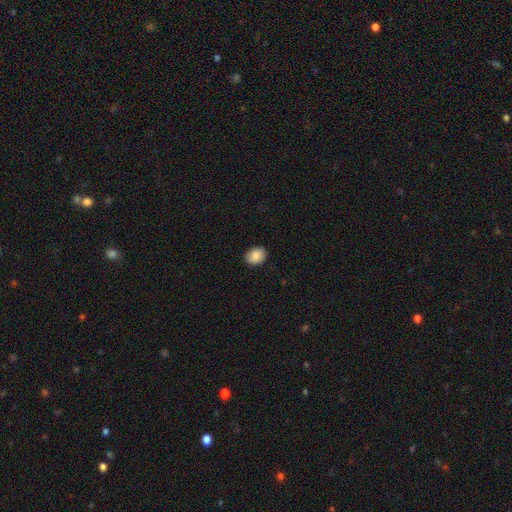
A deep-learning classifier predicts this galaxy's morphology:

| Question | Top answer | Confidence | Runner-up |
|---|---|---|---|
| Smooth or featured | smooth | 87% | star or artifact (8%) |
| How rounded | in between | 56% | round (43%) |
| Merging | none | 89% | minor disturbance (9%) |